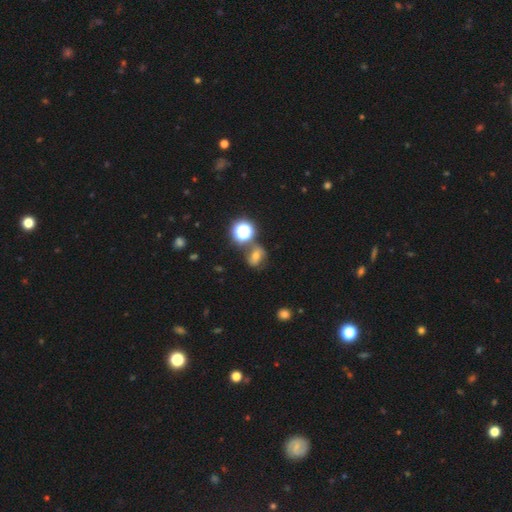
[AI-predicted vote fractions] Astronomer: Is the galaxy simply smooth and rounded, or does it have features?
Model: smooth — 47% (runner-up: star or artifact, 28%).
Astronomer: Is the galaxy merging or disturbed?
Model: none — 66%.